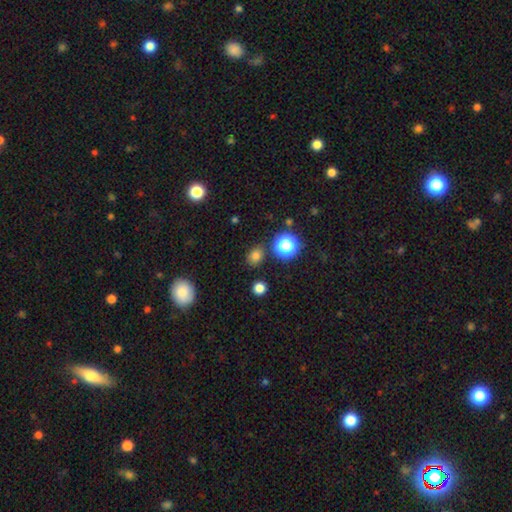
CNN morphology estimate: smooth-or-featured: smooth: 73% | star or artifact: 21% | featured or disk: 6%
  how-rounded: round: 63% | in between: 36% | cigar-shaped: 1%
  merging: none: 81% | minor disturbance: 11% | merger: 5% | major disturbance: 3%